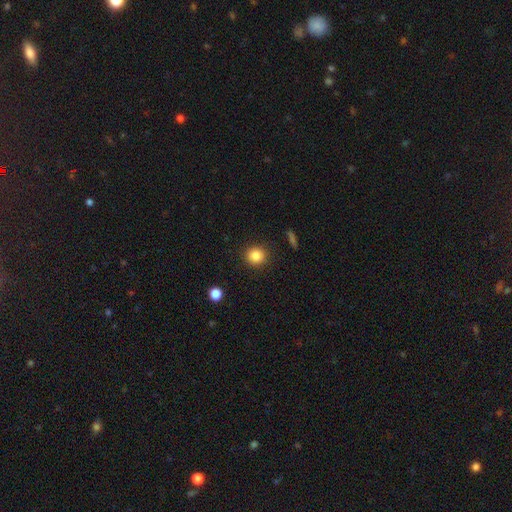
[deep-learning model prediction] Morphology: type=smooth (85%); roundness=round (88%); merging=none (90%).